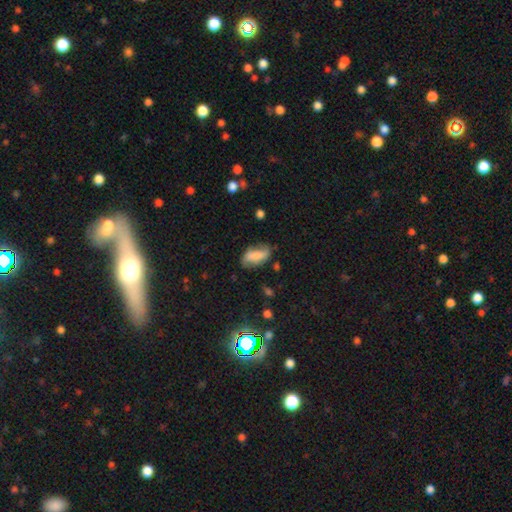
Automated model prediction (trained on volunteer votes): This is likely a smooth galaxy (66%). How rounded: clearly in between (87%). Merging: possibly none (57%).